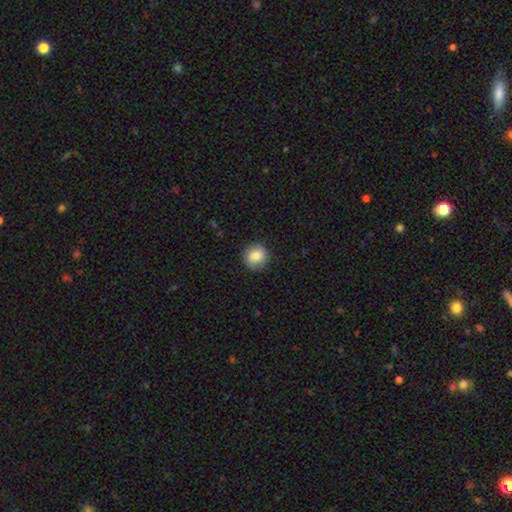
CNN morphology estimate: Smooth or featured? Predicted: smooth (p=0.84). How rounded? Predicted: round (p=0.91). Merging? Predicted: none (p=0.88).